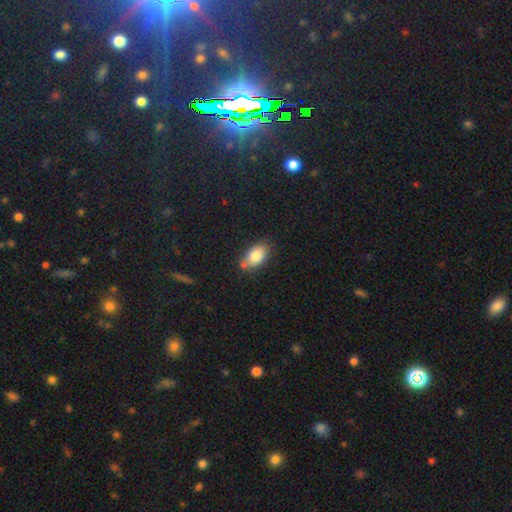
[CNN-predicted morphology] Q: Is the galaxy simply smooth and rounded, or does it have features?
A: smooth — 81%.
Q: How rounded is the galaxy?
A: in between — 90%.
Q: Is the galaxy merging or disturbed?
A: none — 71%.